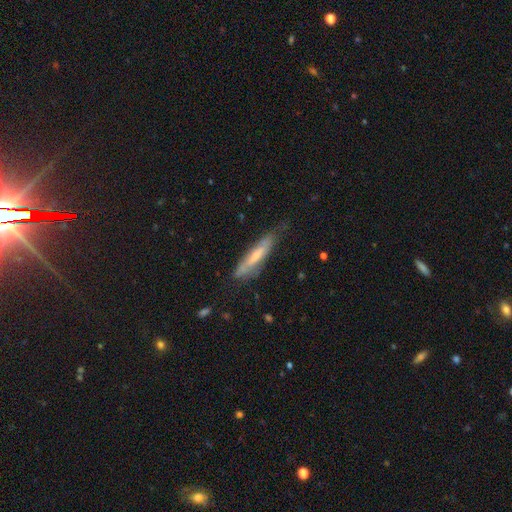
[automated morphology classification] This appears to be a smooth galaxy with no disk features (49%). Merging: none (62%).